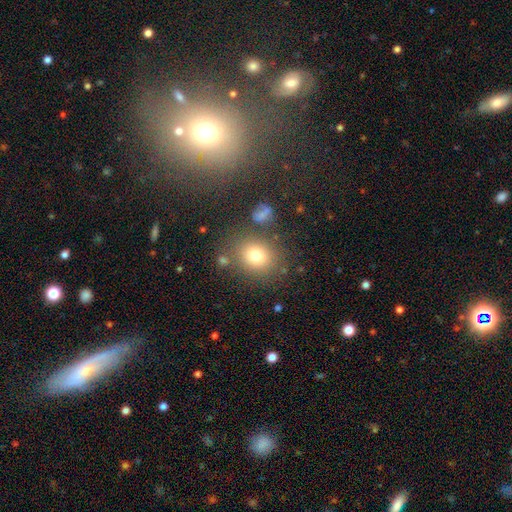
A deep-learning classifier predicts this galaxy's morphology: smooth_or_featured: smooth (p=0.75) [alt: star or artifact p=0.14]
how_rounded: round (p=0.66) [alt: in between p=0.33]
merging: none (p=0.76) [alt: minor disturbance p=0.11]